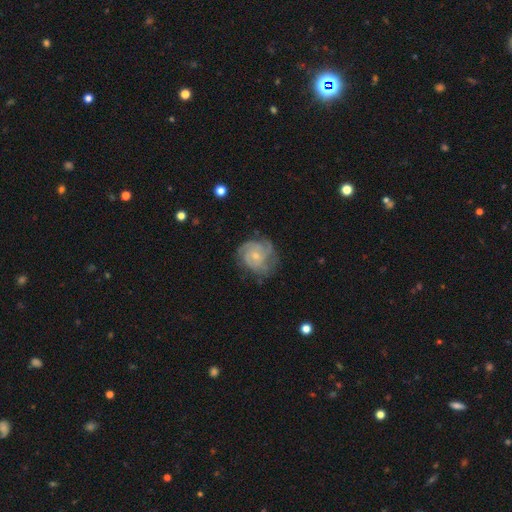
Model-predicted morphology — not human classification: A featured or disk galaxy (81%) with no bar (76%), 3 (36%) tight (58%) spiral arms (95%) and a small central bulge (64%).

Vote fractions:
- Smooth or featured? featured or disk: 81% / smooth: 13% / star or artifact: 6%
- Edge-on disk? no: 98% / yes: 2%
- Bar? no: 76% / weak: 22% / strong: 3%
- Spiral arms? yes: 95% / no: 5%
- Spiral winding? tight: 58% / medium: 34% / loose: 8%
- Spiral arm count? 3: 36% / can't tell: 22% / 4: 18% / 2: 14% / more than 4: 5% / 1: 5%
- Bulge size? small: 64% / moderate: 31% / none: 3% / large: 1% / dominant: 1%
- Merging? none: 68% / minor disturbance: 21% / major disturbance: 9% / merger: 1%